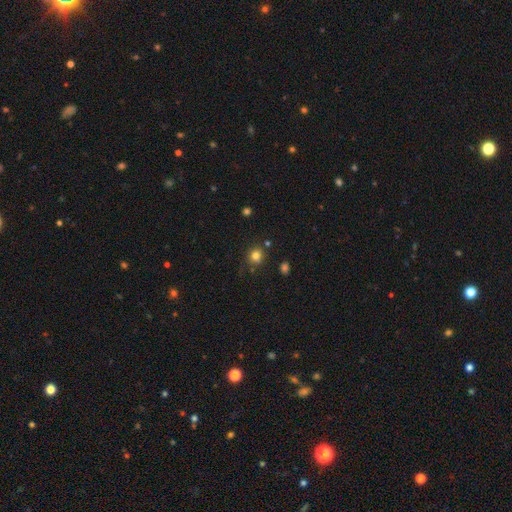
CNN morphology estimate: Overall: smooth (79%). How rounded: round (85%). Merging: none (78%).